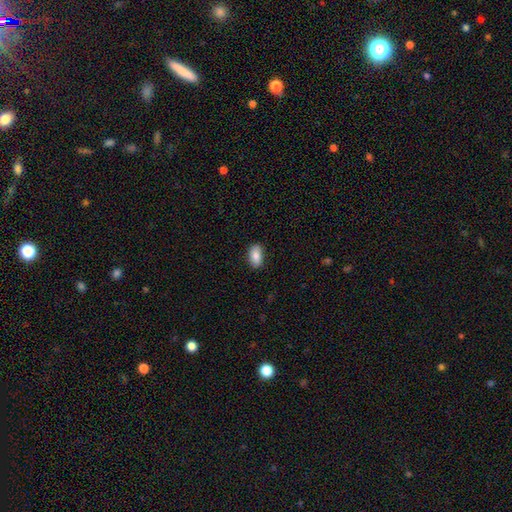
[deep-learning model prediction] Smooth or featured? smooth (85%)
How rounded? in between (92%)
Merging? none (86%)